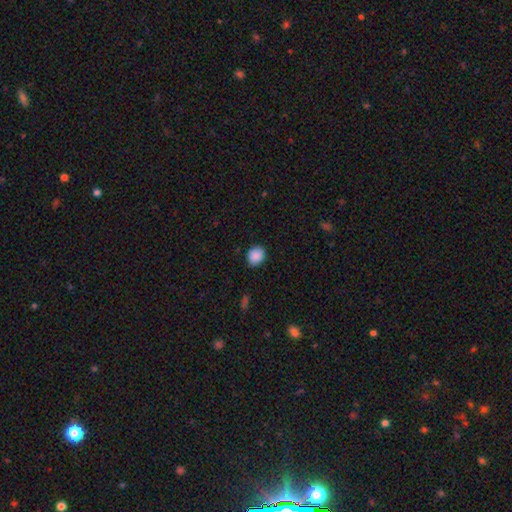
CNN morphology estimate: This appears to be a smooth galaxy with no disk features (89%) that is round (65%). Merging: none (86%).